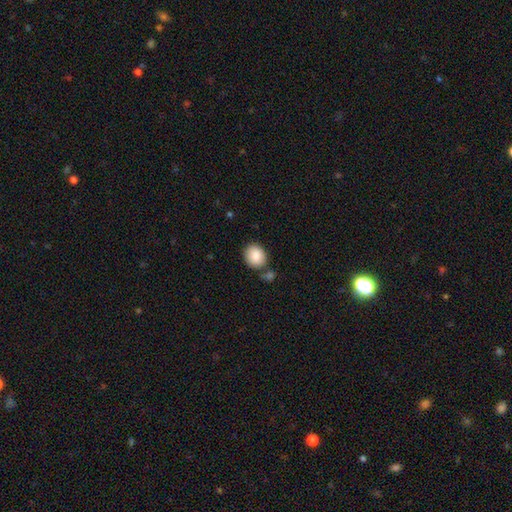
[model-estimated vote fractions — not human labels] Overall: smooth (86%). How rounded: round (64%; in between 35%). Merging: none (70%).